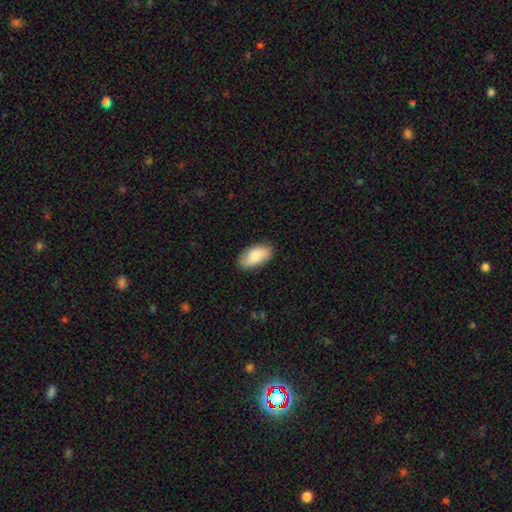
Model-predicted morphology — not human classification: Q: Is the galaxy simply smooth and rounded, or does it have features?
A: smooth — 83%.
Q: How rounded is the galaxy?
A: in between — 94%.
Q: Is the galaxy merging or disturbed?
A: none — 84%.